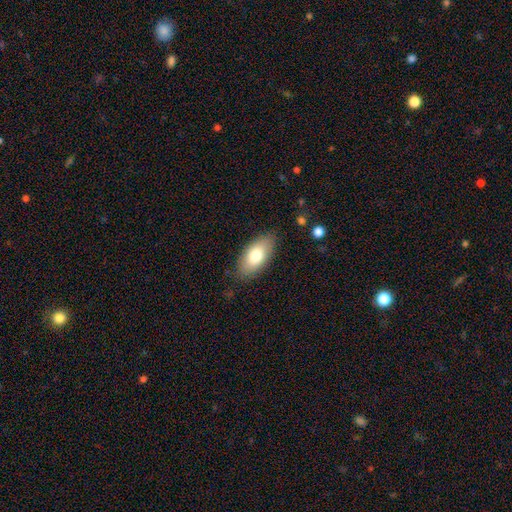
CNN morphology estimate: type=smooth (78%); roundness=in between (91%); merging=none (84%).